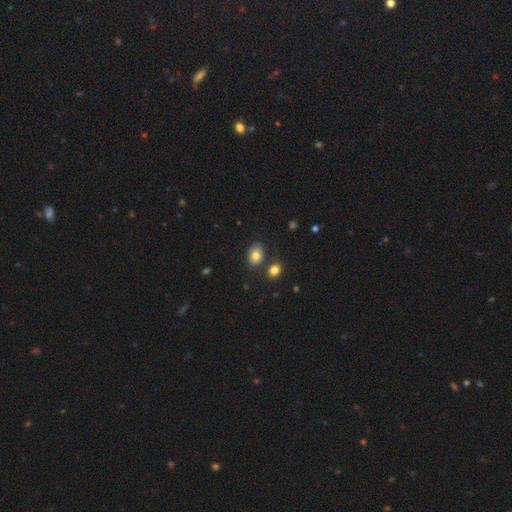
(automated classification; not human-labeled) smooth 80%, featured or disk 10%, star or artifact 10%. Down the decision tree: how rounded — in between (71%); merging — none (75%).